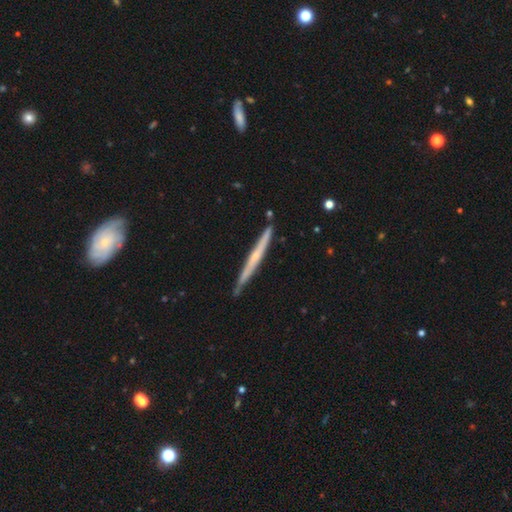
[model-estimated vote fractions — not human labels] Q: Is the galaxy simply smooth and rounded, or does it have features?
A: featured or disk — 64%.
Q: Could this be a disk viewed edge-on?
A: yes — 97%.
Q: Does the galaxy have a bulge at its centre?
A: none — 56%.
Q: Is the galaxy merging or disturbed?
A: none — 86%.